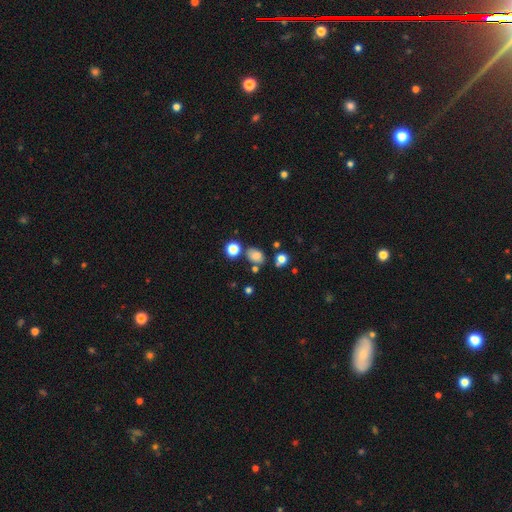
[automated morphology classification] Overall: smooth (74%). How rounded: in between (66%; round 33%). Merging: none (66%).